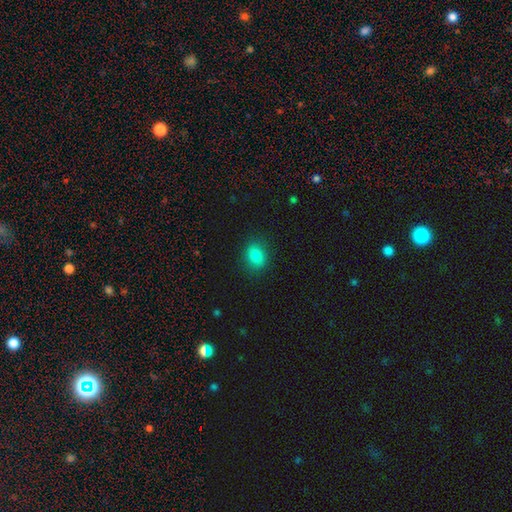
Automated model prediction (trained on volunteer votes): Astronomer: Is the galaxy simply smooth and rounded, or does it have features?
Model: smooth — 84%.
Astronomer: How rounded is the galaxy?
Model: in between — 58% (runner-up: round, 41%).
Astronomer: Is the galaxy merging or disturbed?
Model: none — 86%.